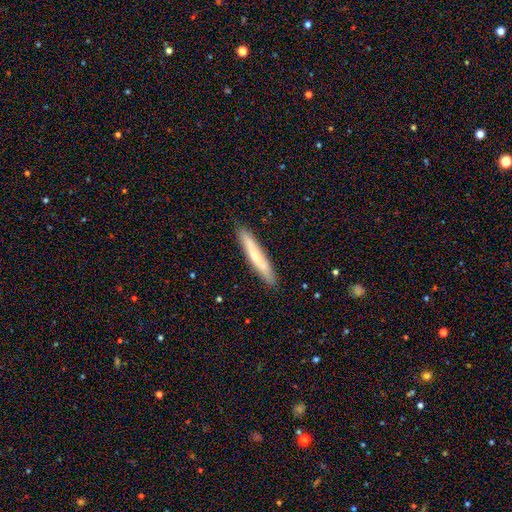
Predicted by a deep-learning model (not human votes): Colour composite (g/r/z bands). It shows a smooth galaxy with no disk features (61%) that is cigar-shaped (94%). Merging: none (89%).